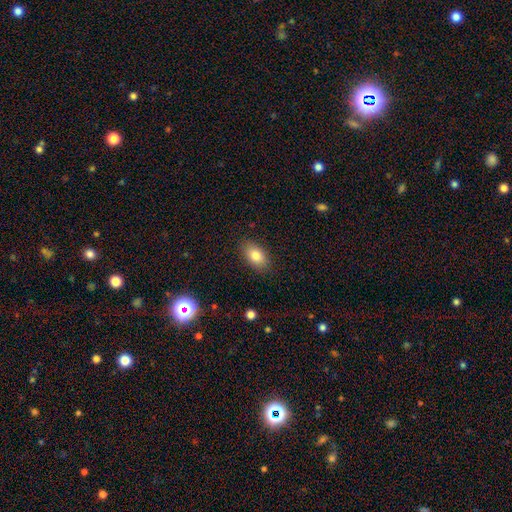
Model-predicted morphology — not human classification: Smooth or featured? Predicted: smooth (p=0.82). How rounded? Predicted: in between (p=0.90). Merging? Predicted: none (p=0.86).